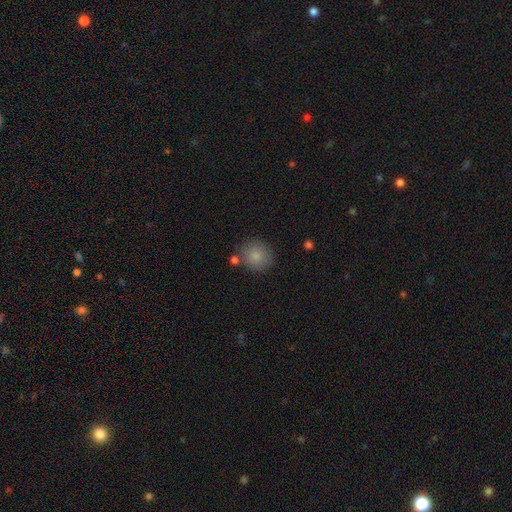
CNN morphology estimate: smooth-or-featured: smooth: 84% | star or artifact: 9% | featured or disk: 6%
  how-rounded: round: 89% | in between: 10% | cigar-shaped: 1%
  merging: none: 78% | minor disturbance: 11% | merger: 8% | major disturbance: 3%